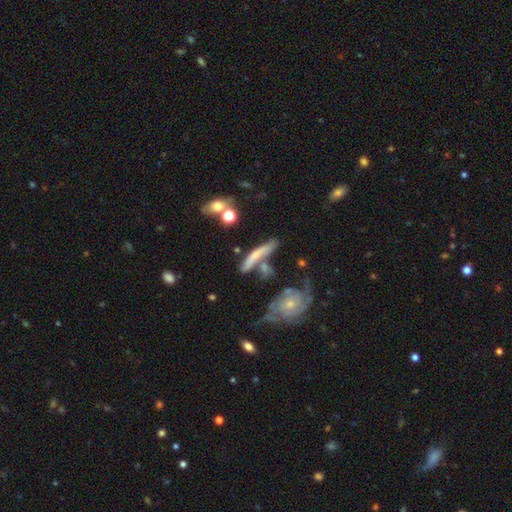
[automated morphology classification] A smooth galaxy with no disk features (47%). Merging: none (45%).